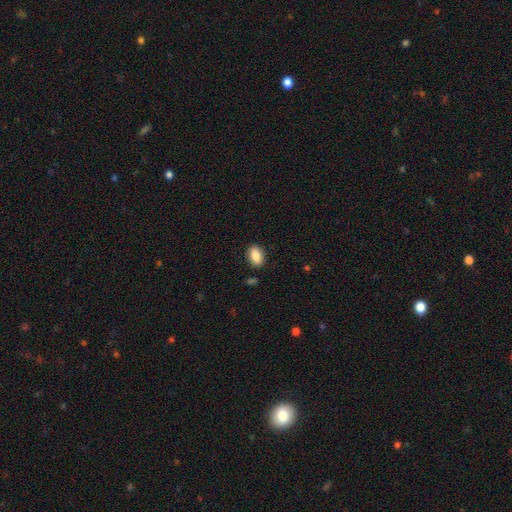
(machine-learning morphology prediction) This appears to be a smooth galaxy with no disk features (86%) that is in between round and cigar-shaped (88%). Merging: none (87%).